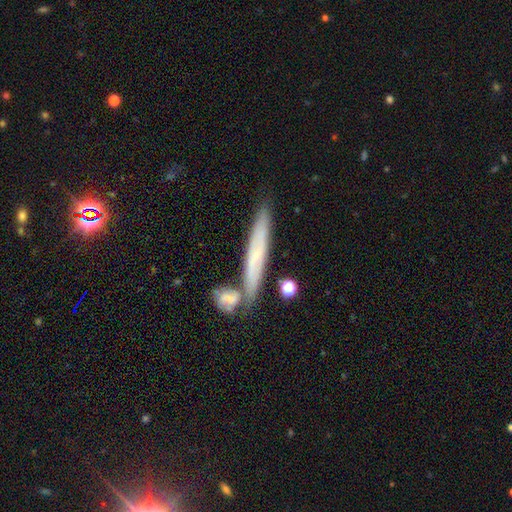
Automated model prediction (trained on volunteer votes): Smooth or featured: smooth — 50% (featured or disk — 42%)
Merging: none — 69% (merger — 14%)